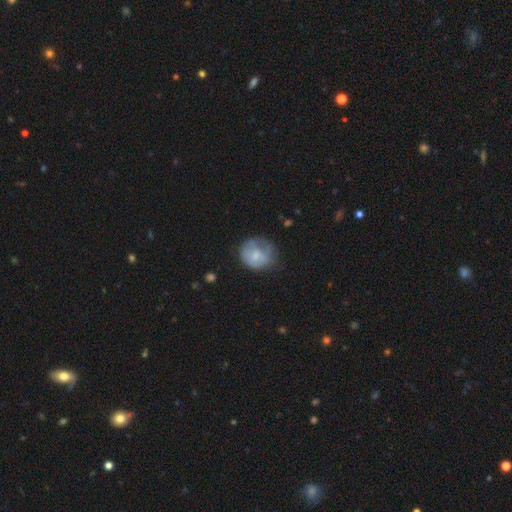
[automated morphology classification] A smooth galaxy with no disk features (60%) that is round (76%). Merging: none (48%).